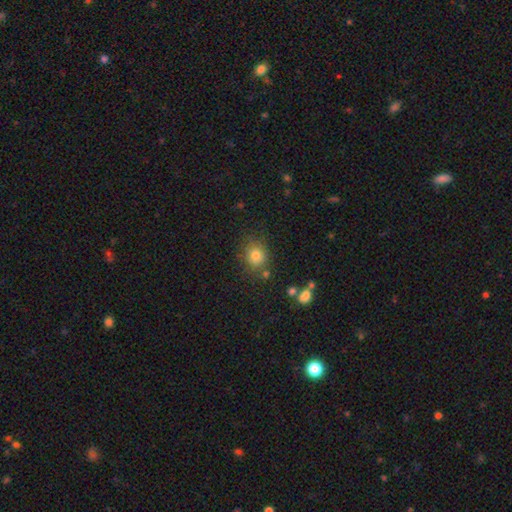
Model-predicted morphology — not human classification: smooth 79%, star or artifact 13%, featured or disk 8%. Down the decision tree: how rounded — round (76%); merging — none (79%).